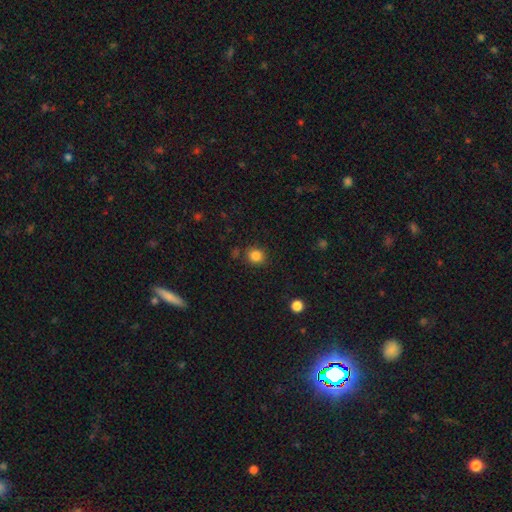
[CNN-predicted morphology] smooth-or-featured: smooth: 84% | star or artifact: 11% | featured or disk: 4%
  how-rounded: round: 80% | in between: 19% | cigar-shaped: 1%
  merging: none: 83% | minor disturbance: 10% | merger: 4% | major disturbance: 3%